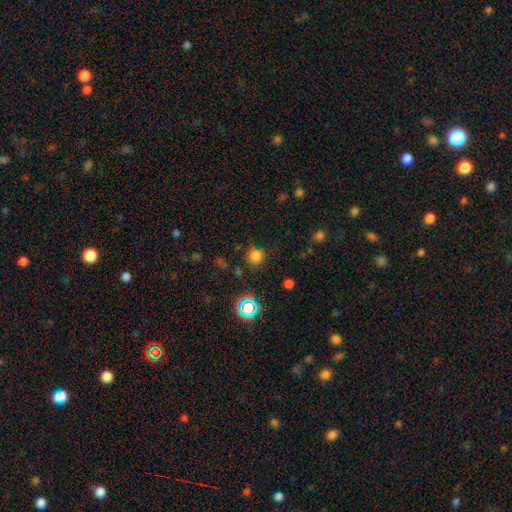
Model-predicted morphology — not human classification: smooth_or_featured: smooth (p=0.74) [alt: star or artifact p=0.21]
how_rounded: round (p=0.93) [alt: in between p=0.06]
merging: none (p=0.81) [alt: minor disturbance p=0.12]